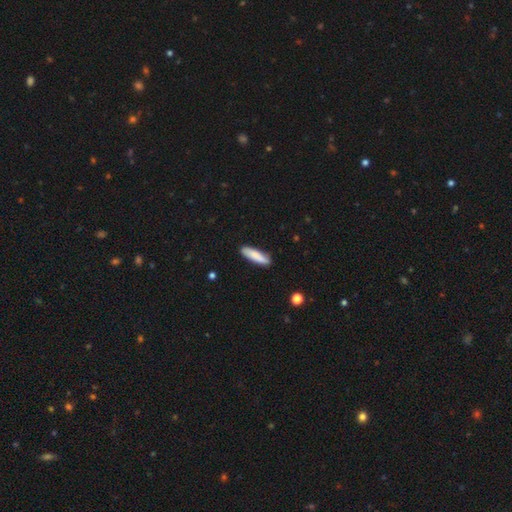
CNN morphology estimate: Q: Smooth or featured?
A: smooth (84%); runner-up: featured or disk (10%)
Q: How rounded?
A: cigar-shaped (71%); runner-up: in between (28%)
Q: Merging?
A: none (87%); runner-up: minor disturbance (10%)